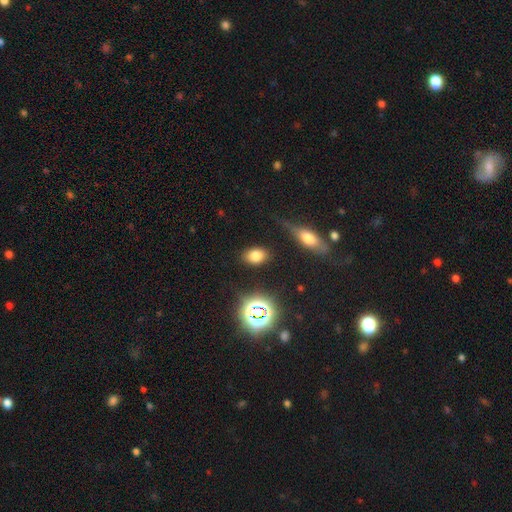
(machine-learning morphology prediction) A smooth galaxy with no disk features (76%) that is in between round and cigar-shaped (78%).

Vote fractions:
- Smooth or featured? smooth: 76% / star or artifact: 16% / featured or disk: 8%
- How rounded? in between: 78% / round: 20% / cigar-shaped: 2%
- Merging? none: 84% / minor disturbance: 10% / major disturbance: 3% / merger: 2%